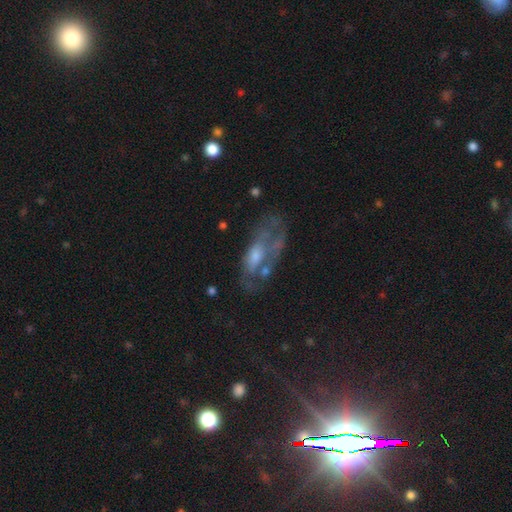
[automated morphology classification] smooth-or-featured: featured or disk: 61% | smooth: 28% | star or artifact: 10%
  disk-edge-on: no: 88% | yes: 12%
    bar: no: 74% | weak: 21% | strong: 4%
    has-spiral-arms: no: 54% | yes: 46%
    bulge-size: moderate: 43% | small: 38% | none: 11% | large: 7% | dominant: 2%
  merging: none: 40% | major disturbance: 30% | minor disturbance: 23% | merger: 7%